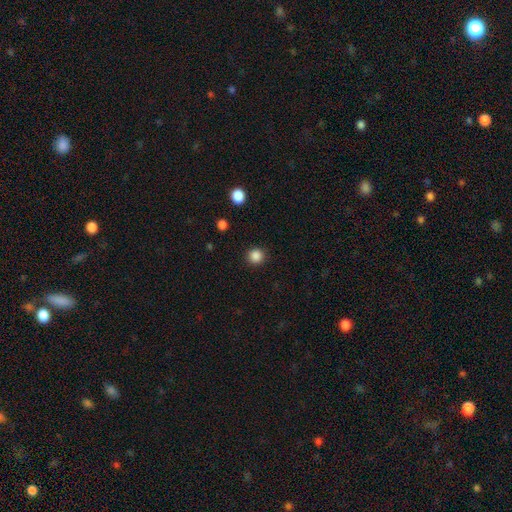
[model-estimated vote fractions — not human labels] Morphology: type=smooth (86%); roundness=round (93%); merging=none (91%).